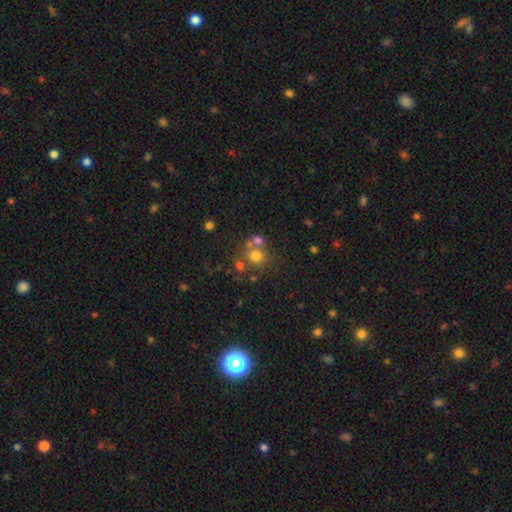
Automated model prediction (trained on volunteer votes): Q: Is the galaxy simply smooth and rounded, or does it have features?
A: smooth — 68%.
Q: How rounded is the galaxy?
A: round — 84%.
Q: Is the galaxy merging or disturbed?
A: none — 56%.